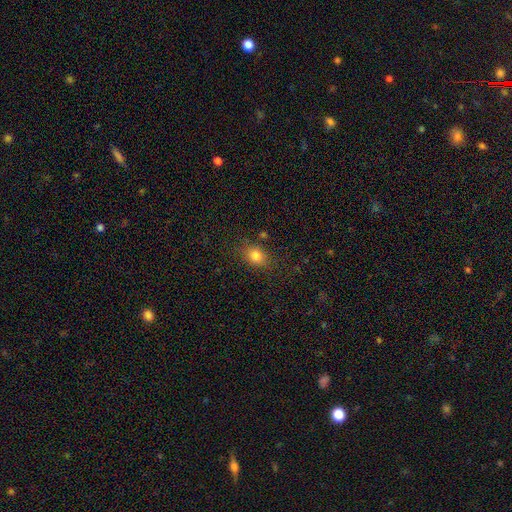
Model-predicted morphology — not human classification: Smooth or featured? Predicted: smooth (p=0.81). How rounded? Predicted: in between (p=0.59). Merging? Predicted: none (p=0.79).